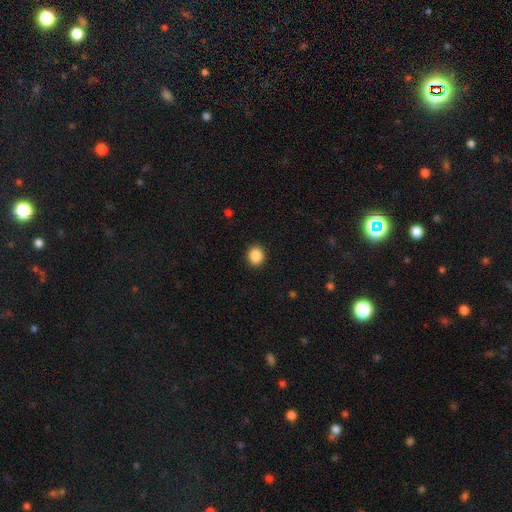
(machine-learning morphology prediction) Overall: smooth (88%). How rounded: round (70%). Merging: none (91%).